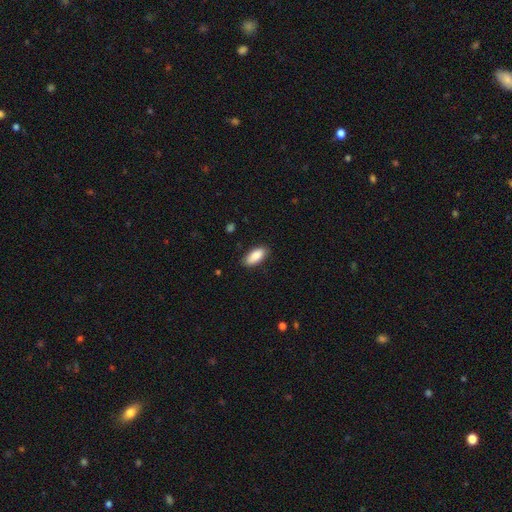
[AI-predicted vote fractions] Smooth or featured? smooth (88%)
How rounded? in between (86%)
Merging? none (85%)